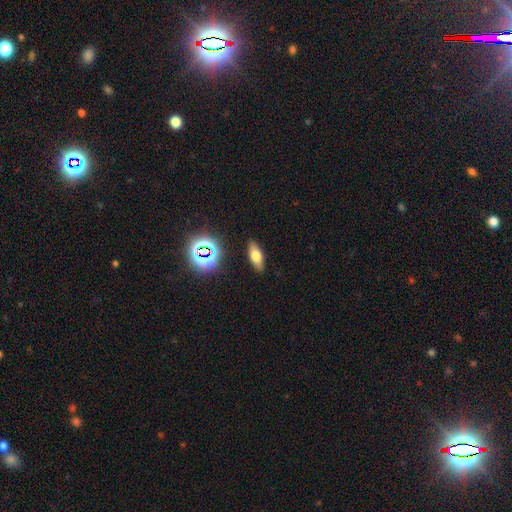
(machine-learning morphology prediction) smooth 65%, featured or disk 21%, star or artifact 14%. Down the decision tree: how rounded — in between (71%); merging — none (87%).